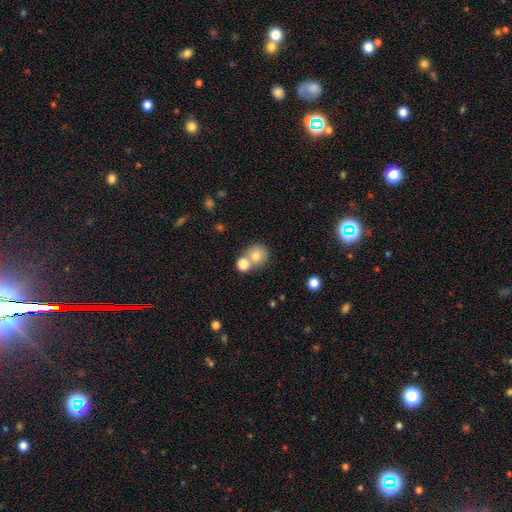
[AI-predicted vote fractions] smooth_or_featured: smooth (p=0.77) [alt: featured or disk p=0.12]
how_rounded: round (p=0.83) [alt: in between p=0.16]
merging: none (p=0.48) [alt: merger p=0.40]